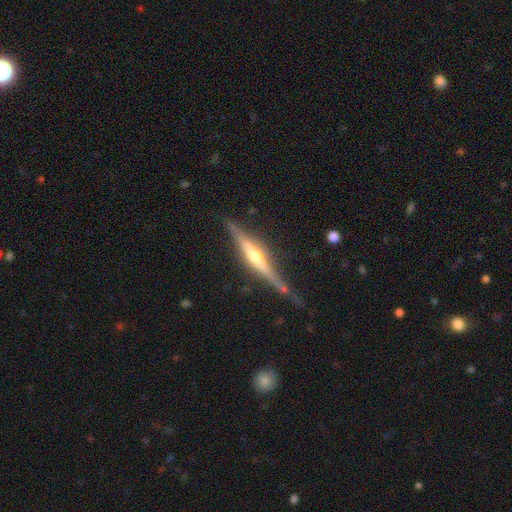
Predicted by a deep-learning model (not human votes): Smooth or featured?
  - featured or disk: 81% *
  - smooth: 13%
  - star or artifact: 6%
Edge-on disk?
  - yes: 97% *
  - no: 3%
Edge-on bulge?
  - rounded: 78% *
  - boxy: 11%
  - none: 10%
Merging?
  - none: 76% *
  - minor disturbance: 17%
  - major disturbance: 5%
  - merger: 3%